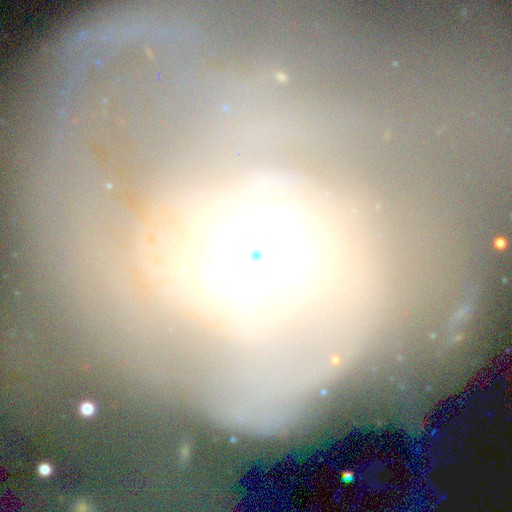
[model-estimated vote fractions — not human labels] smooth_or_featured: featured or disk (p=0.48) [alt: smooth p=0.28]
merging: none (p=0.78) [alt: minor disturbance p=0.11]